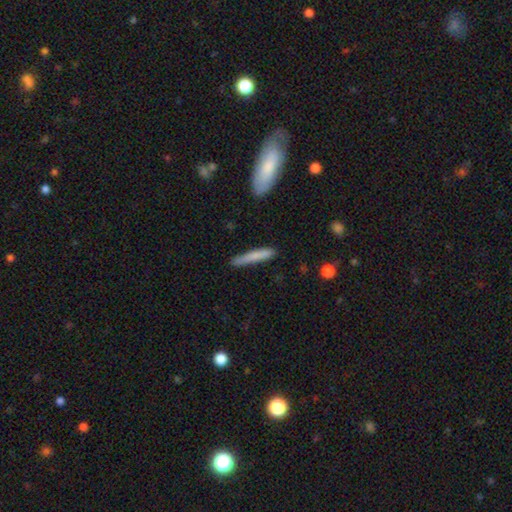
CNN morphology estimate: The model was most divided on "smooth or featured": smooth: 75%, featured or disk: 19%, star or artifact: 6%. More confident: how rounded — cigar-shaped (93%); merging — none (81%).